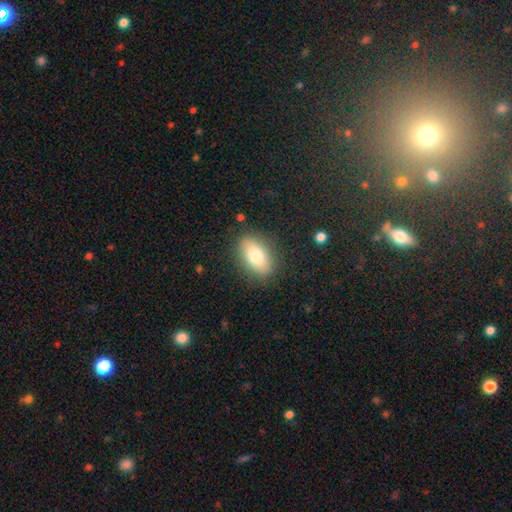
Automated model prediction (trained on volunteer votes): Smooth or featured? smooth (74%)
How rounded? in between (87%)
Merging? none (85%)